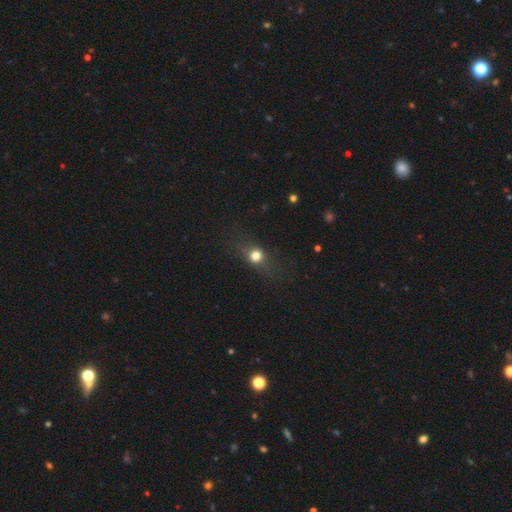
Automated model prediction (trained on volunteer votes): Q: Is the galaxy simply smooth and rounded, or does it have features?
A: smooth — 66%.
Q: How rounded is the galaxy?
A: round — 59%.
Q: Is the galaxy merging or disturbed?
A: none — 75%.